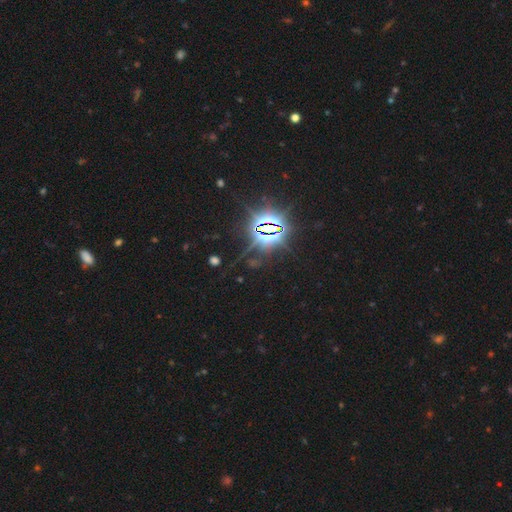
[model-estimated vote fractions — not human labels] A star or artifact, not a galaxy (85%).

Vote fractions:
- Smooth or featured? star or artifact: 85% / smooth: 8% / featured or disk: 7%